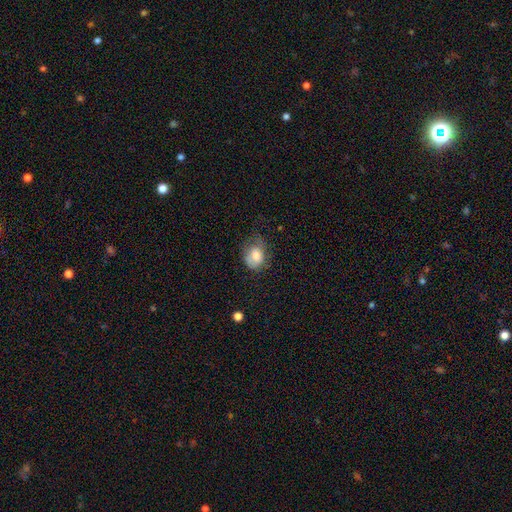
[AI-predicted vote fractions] The model was most divided on "merging": none: 44%, minor disturbance: 34%, major disturbance: 21%, merger: 2%. More confident: smooth or featured — smooth (74%); how rounded — in between (64%).